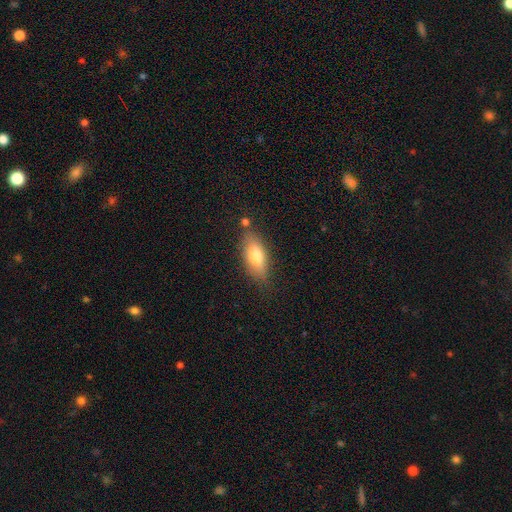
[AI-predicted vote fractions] A smooth galaxy with no disk features (72%) that is in between round and cigar-shaped (79%).

Vote fractions:
- Smooth or featured? smooth: 72% / featured or disk: 21% / star or artifact: 7%
- How rounded? in between: 79% / cigar-shaped: 17% / round: 4%
- Merging? none: 76% / minor disturbance: 15% / merger: 5% / major disturbance: 4%